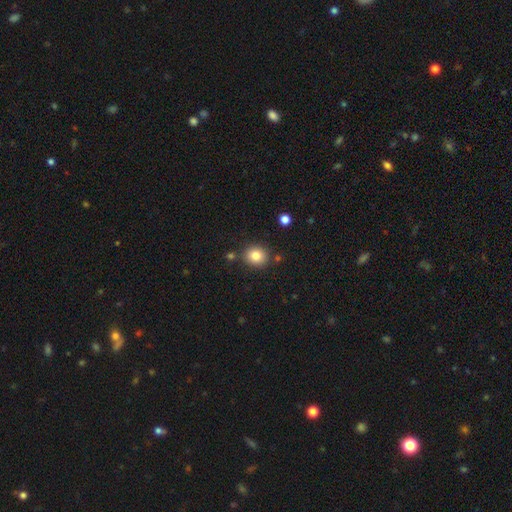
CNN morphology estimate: smooth 82%, star or artifact 11%, featured or disk 7%. Down the decision tree: how rounded — round (76%); merging — none (83%).